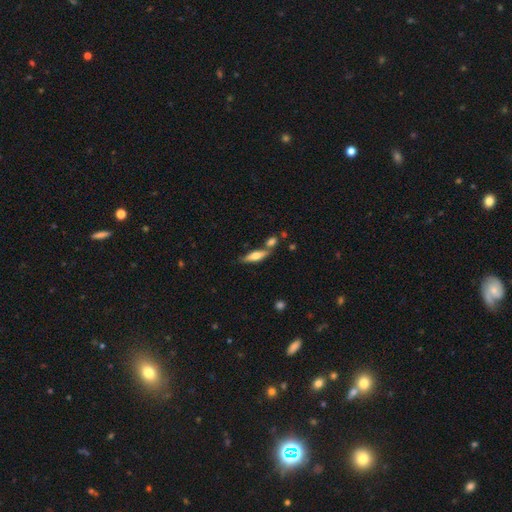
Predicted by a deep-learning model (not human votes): featured or disk 47% (tied), smooth 47% (tied), star or artifact 7%. Down the decision tree: merging — none (64%).